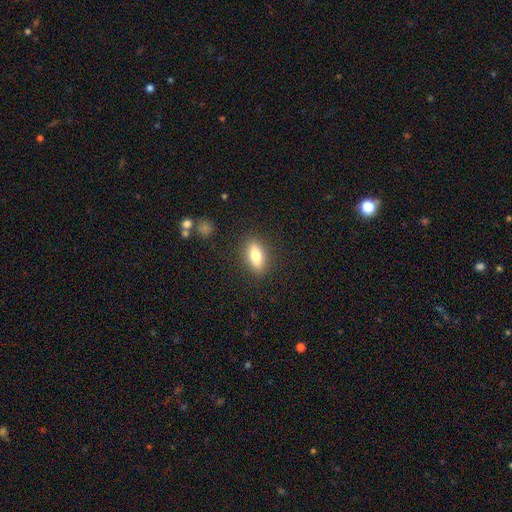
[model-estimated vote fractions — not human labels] Smooth or featured? smooth (72%)
How rounded? in between (71%)
Merging? none (86%)